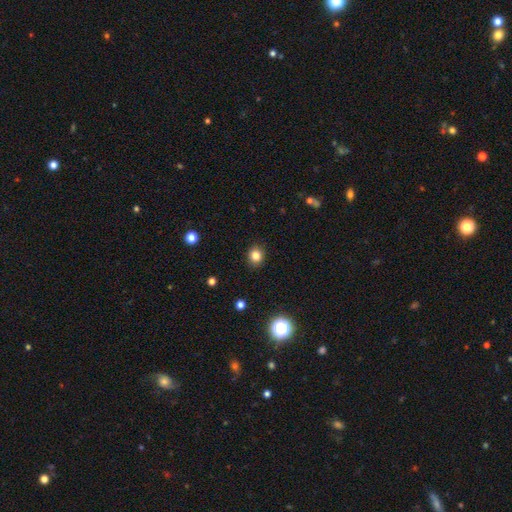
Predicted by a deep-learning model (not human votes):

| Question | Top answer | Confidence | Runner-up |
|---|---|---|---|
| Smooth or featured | smooth | 83% | star or artifact (12%) |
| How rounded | round | 79% | in between (20%) |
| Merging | none | 90% | minor disturbance (7%) |